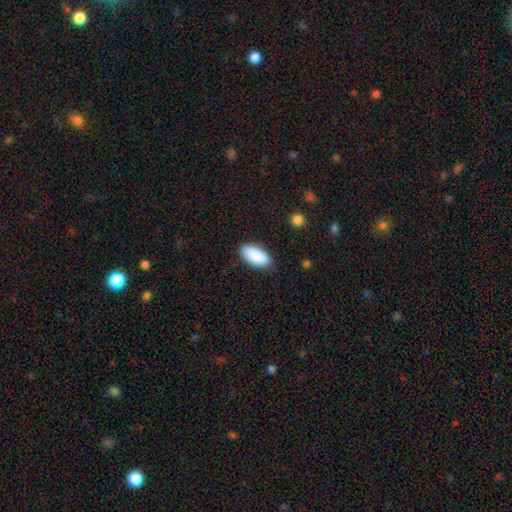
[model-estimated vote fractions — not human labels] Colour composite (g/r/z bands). It shows a smooth galaxy with no disk features (90%) that is in between round and cigar-shaped (91%). Merging: none (85%).